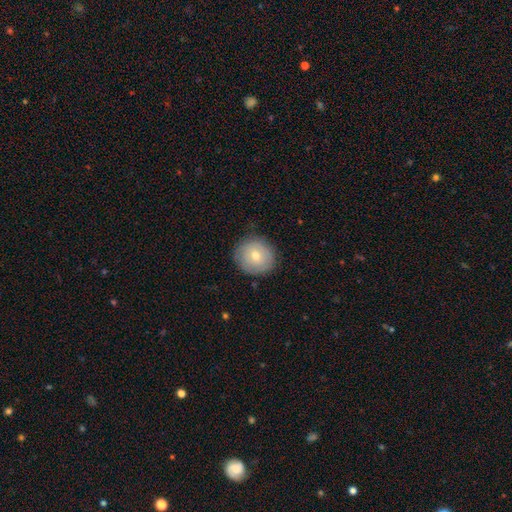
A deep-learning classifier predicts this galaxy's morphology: Overall: smooth (61%; featured or disk 31%). How rounded: round (90%). Merging: none (84%).